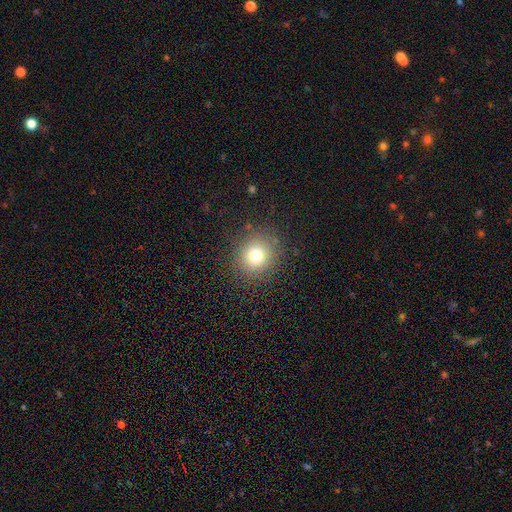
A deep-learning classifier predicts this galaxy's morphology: This appears to be a smooth galaxy with no disk features (75%) that is round (87%). Merging: none (86%).